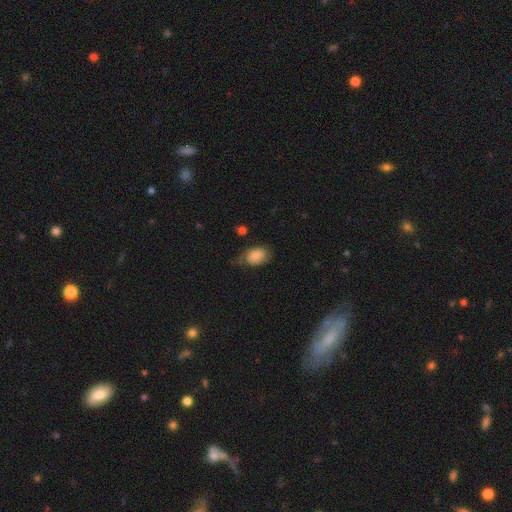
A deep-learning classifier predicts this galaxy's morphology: Smooth or featured? Predicted: smooth (p=0.79). How rounded? Predicted: in between (p=0.86). Merging? Predicted: none (p=0.56).